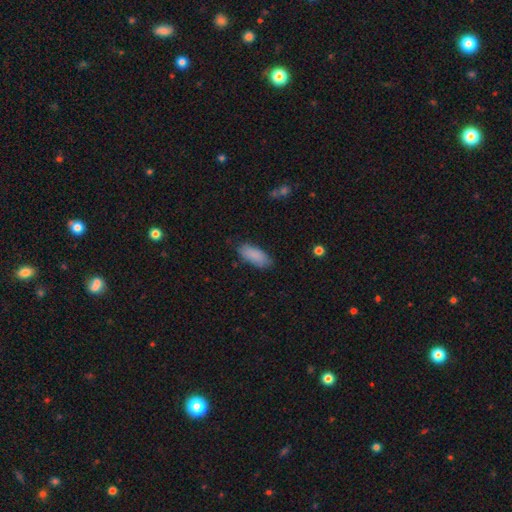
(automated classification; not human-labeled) smooth_or_featured: smooth (p=0.88) [alt: star or artifact p=0.06]
how_rounded: in between (p=0.83) [alt: cigar-shaped p=0.16]
merging: none (p=0.77) [alt: minor disturbance p=0.18]